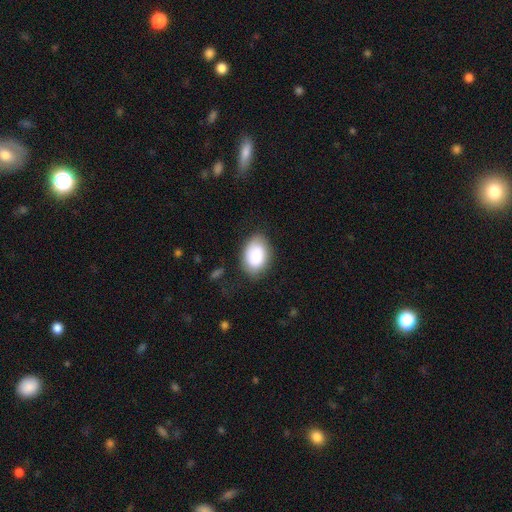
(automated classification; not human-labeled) Smooth or featured: smooth — 83% (featured or disk — 10%)
How rounded: in between — 86% (round — 13%)
Merging: none — 73% (minor disturbance — 19%)